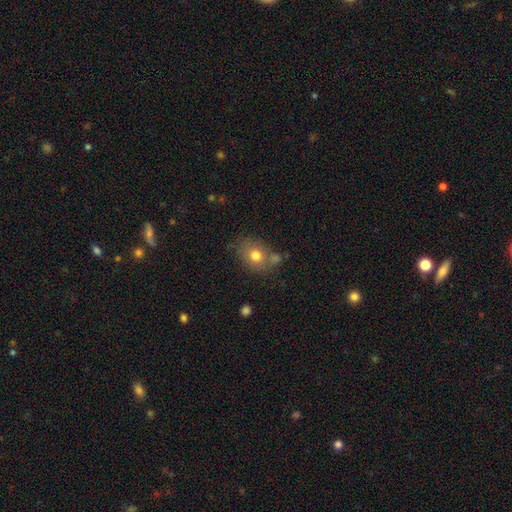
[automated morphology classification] Smooth or featured? Predicted: smooth (p=0.75). How rounded? Predicted: in between (p=0.52). Merging? Predicted: none (p=0.60).